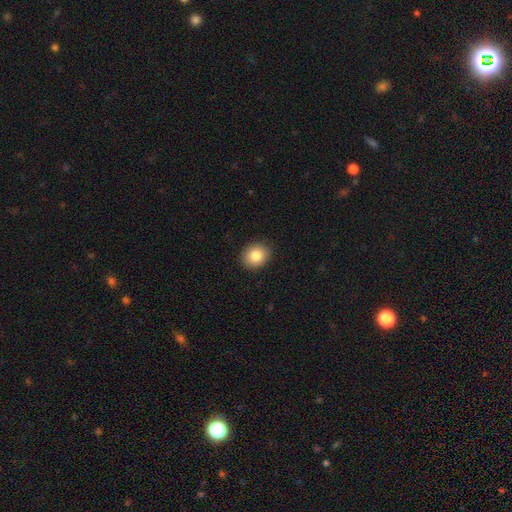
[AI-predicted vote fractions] Smooth or featured: smooth — 84% (star or artifact — 9%)
How rounded: round — 68% (in between — 31%)
Merging: none — 90% (minor disturbance — 7%)